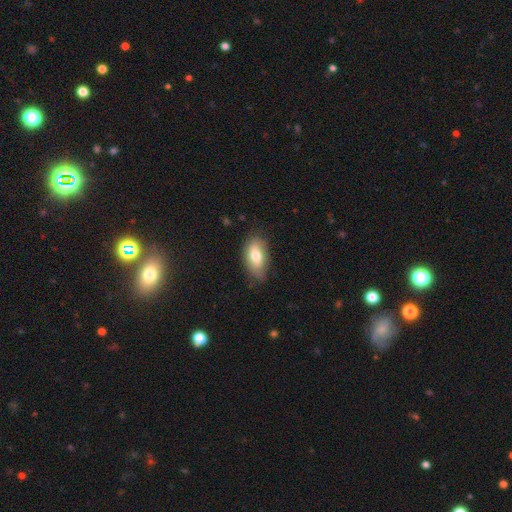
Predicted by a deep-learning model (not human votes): Morphology: type=smooth (74%); roundness=in between (91%); merging=none (73%).